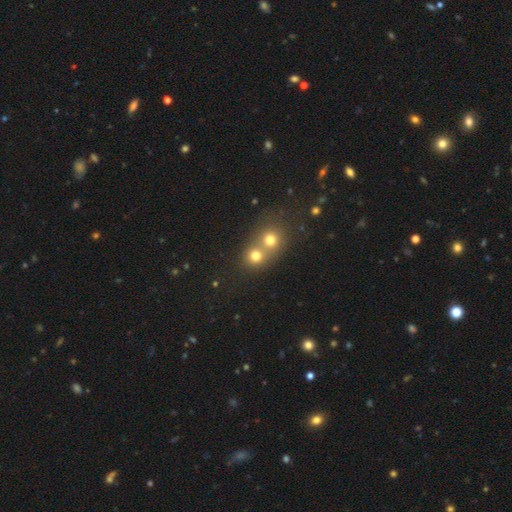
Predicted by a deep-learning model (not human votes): Morphology: type=smooth (75%); roundness=round (83%); merging=merger (57%).